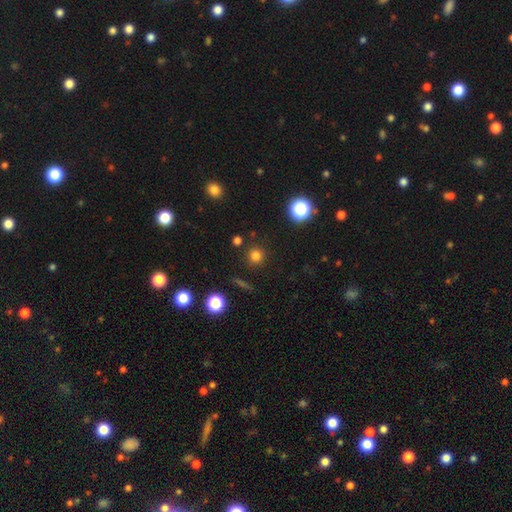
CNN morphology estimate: A smooth galaxy with no disk features (77%) that is round (95%). Merging: none (89%).